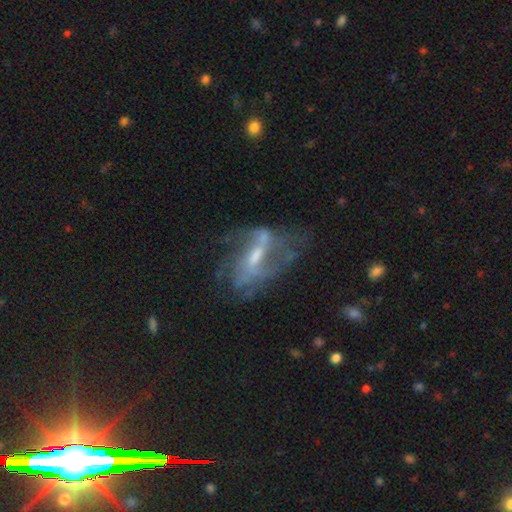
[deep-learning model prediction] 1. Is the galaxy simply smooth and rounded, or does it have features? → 77% featured or disk, 14% smooth, 9% star or artifact.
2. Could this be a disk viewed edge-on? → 93% no, 7% yes.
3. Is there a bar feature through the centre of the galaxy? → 46% weak, 30% strong, 24% no.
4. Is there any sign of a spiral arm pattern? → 74% yes, 26% no.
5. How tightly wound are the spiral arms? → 50% loose, 35% medium, 15% tight.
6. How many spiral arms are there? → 42% 2, 33% can't tell, 11% 3, 6% 1, 5% 4, 3% more than 4.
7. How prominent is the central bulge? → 44% moderate, 39% small, 12% none, 4% large, 1% dominant.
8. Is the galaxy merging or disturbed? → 44% none, 29% major disturbance, 20% minor disturbance, 7% merger.